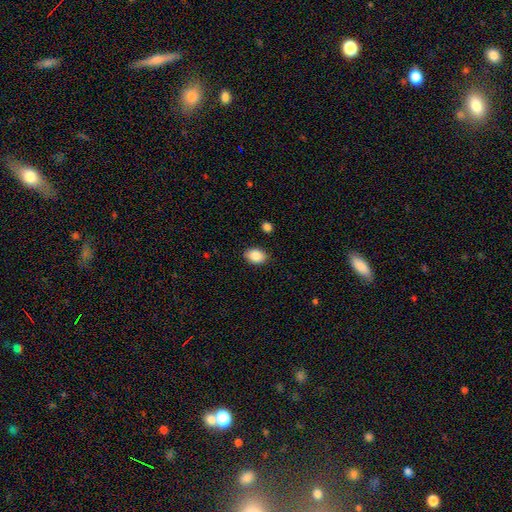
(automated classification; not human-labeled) A smooth galaxy with no disk features (88%) that is in between round and cigar-shaped (77%). Merging: none (86%).